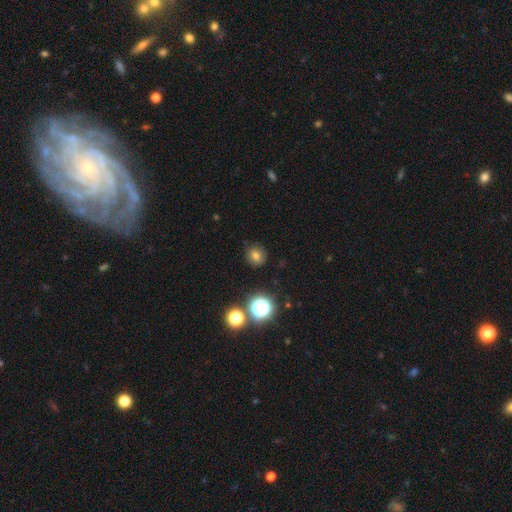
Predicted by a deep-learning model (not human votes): The model was most divided on "smooth or featured": smooth: 73%, star or artifact: 18%, featured or disk: 8%. More confident: how rounded — round (88%); merging — none (88%).